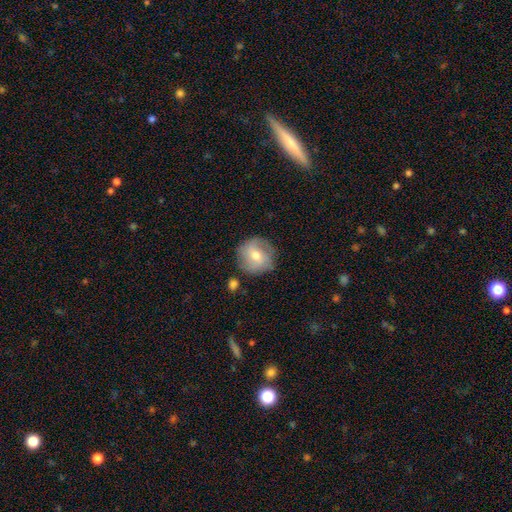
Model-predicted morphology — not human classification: Smooth or featured: smooth — 53% (featured or disk — 39%)
How rounded: round — 91% (in between — 8%)
Merging: none — 75% (minor disturbance — 17%)